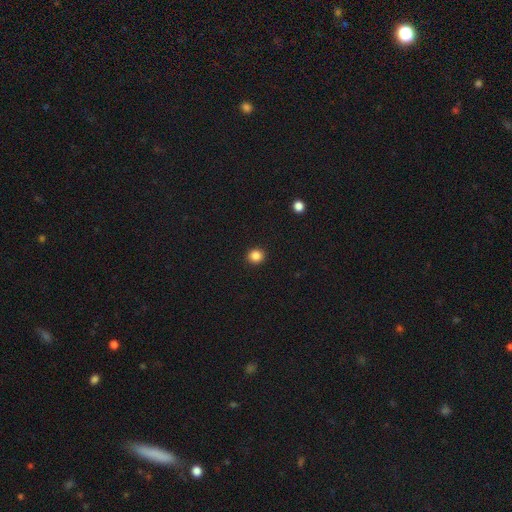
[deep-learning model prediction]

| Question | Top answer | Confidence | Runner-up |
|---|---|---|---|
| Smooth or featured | smooth | 86% | star or artifact (11%) |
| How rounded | round | 85% | in between (14%) |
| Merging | none | 93% | minor disturbance (5%) |